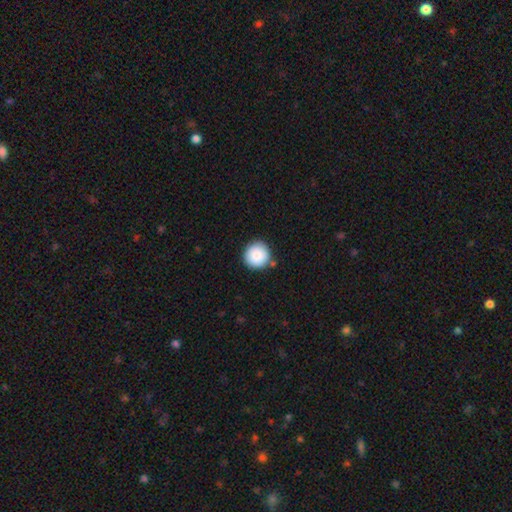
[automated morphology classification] The model was most divided on "merging": none: 86%, minor disturbance: 9%, merger: 3%, major disturbance: 2%. More confident: how rounded — round (95%); smooth or featured — smooth (87%).